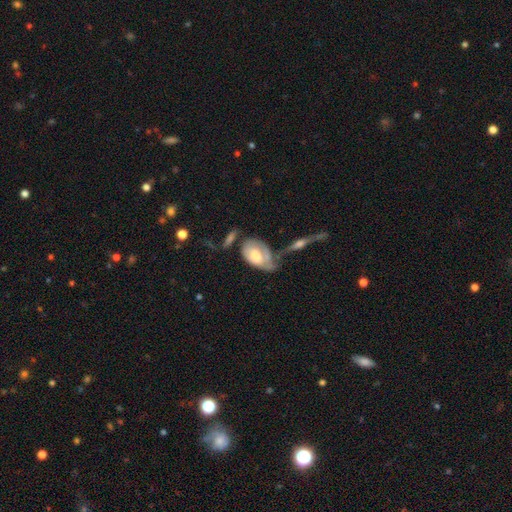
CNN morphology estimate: This appears to be a smooth galaxy with no disk features (50%). Merging: minor disturbance (26%, tied with none).